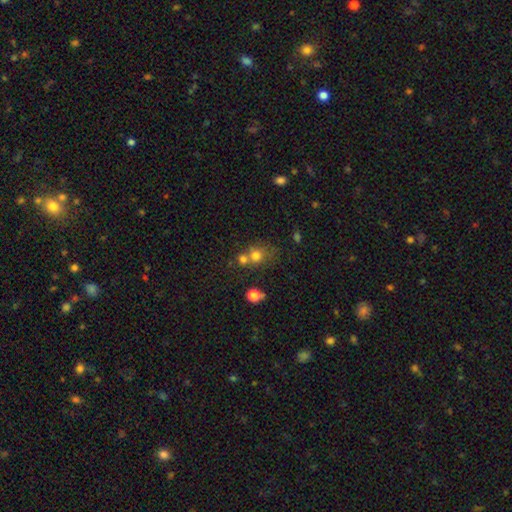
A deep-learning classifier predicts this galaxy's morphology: A smooth galaxy with no disk features (73%) that is round (78%). Merging: merger (43%).